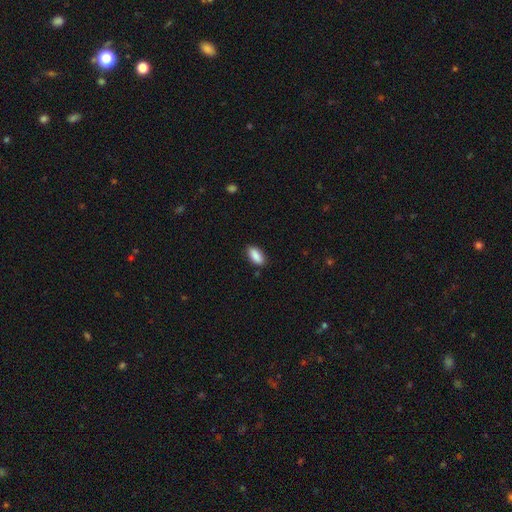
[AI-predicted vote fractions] The model was most divided on "merging": none: 86%, minor disturbance: 10%, major disturbance: 2%, merger: 1%. More confident: smooth or featured — smooth (89%); how rounded — in between (87%).